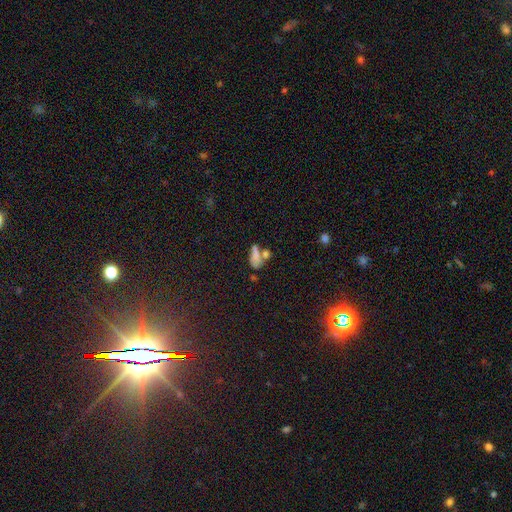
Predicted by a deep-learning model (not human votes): A smooth galaxy with no disk features (66%) that is in between round and cigar-shaped (75%). Merging: merger (41%).